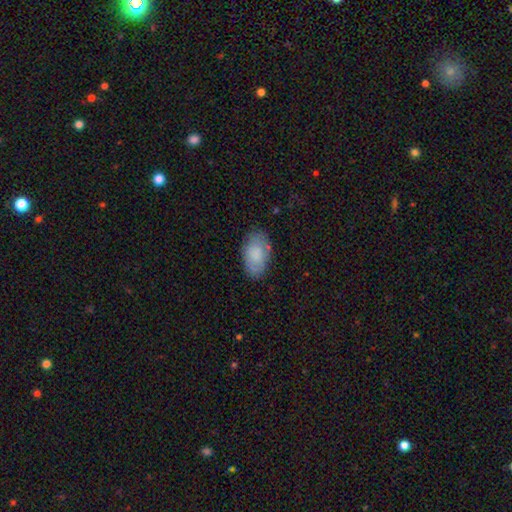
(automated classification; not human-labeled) This is likely a smooth galaxy (76%). How rounded: clearly in between (94%). Merging: likely none (76%).